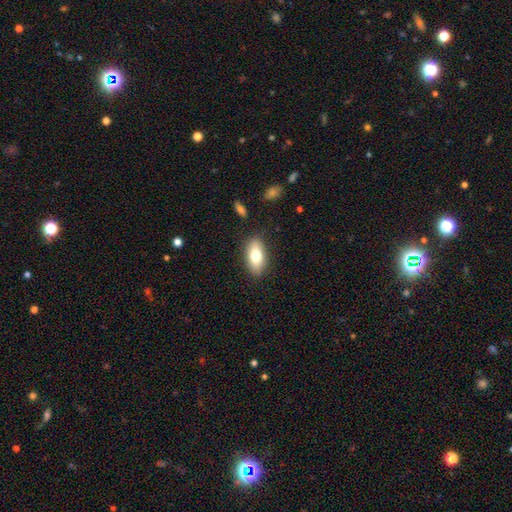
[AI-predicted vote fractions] Q: Smooth or featured?
A: smooth (73%); runner-up: featured or disk (20%)
Q: How rounded?
A: in between (87%); runner-up: cigar-shaped (8%)
Q: Merging?
A: none (85%); runner-up: minor disturbance (10%)